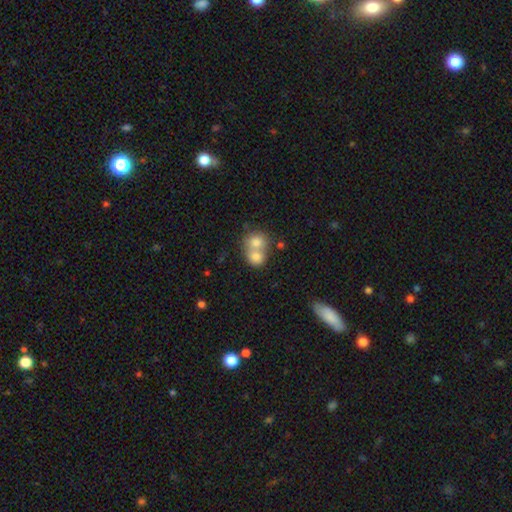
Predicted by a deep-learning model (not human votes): Smooth or featured? Predicted: smooth (p=0.75). How rounded? Predicted: round (p=0.69). Merging? Predicted: merger (p=0.67).